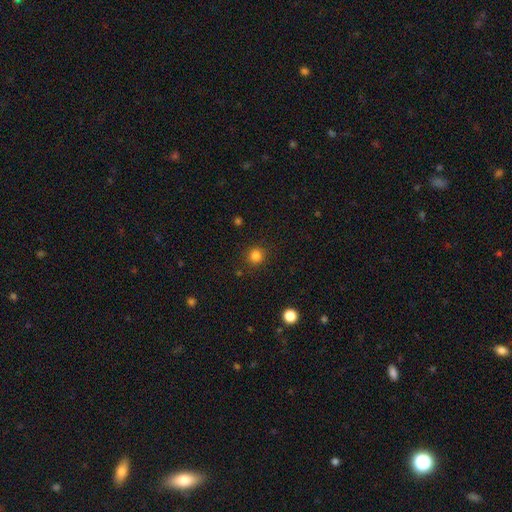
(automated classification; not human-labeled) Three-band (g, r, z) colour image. It shows a smooth galaxy with no disk features (83%) that is round (92%). Merging: none (89%).